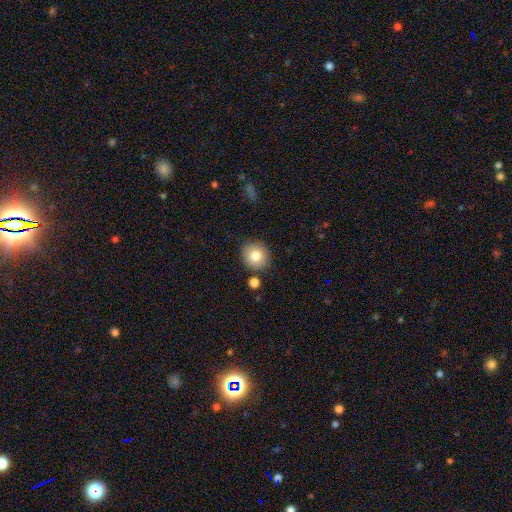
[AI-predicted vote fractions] Smooth or featured? Predicted: smooth (p=0.80). How rounded? Predicted: round (p=0.90). Merging? Predicted: none (p=0.86).